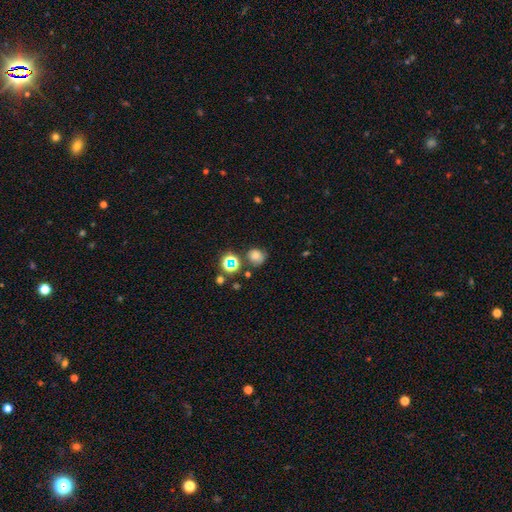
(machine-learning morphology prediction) Smooth or featured: smooth — 69% (star or artifact — 21%)
How rounded: round — 81% (in between — 18%)
Merging: none — 66% (minor disturbance — 19%)